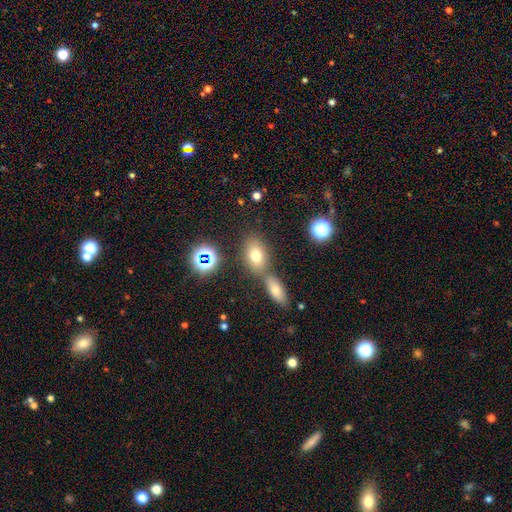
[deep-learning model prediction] smooth 70%, star or artifact 17%, featured or disk 14%. Down the decision tree: how rounded — in between (79%); merging — none (62%).